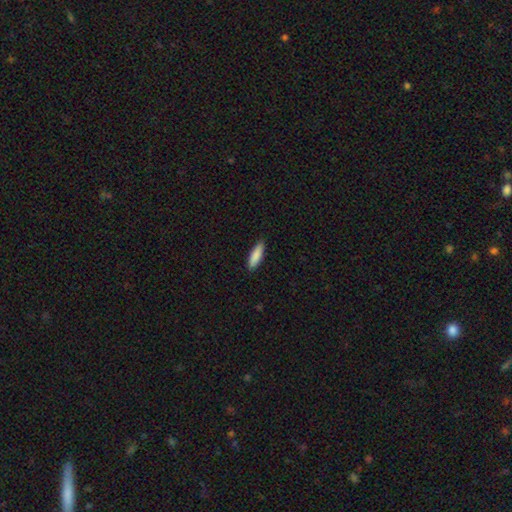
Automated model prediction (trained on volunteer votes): Morphology: type=smooth (87%); roundness=cigar-shaped (55%); merging=none (87%).